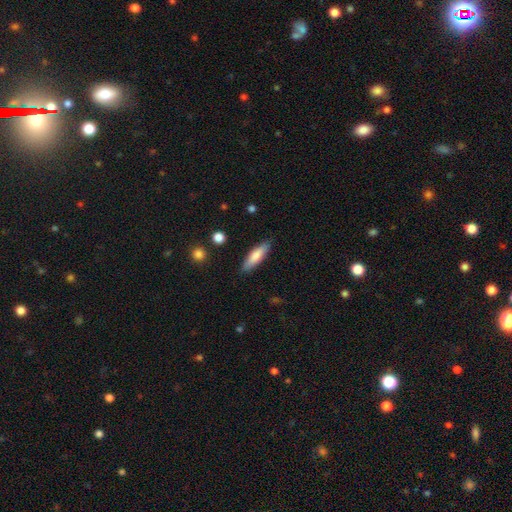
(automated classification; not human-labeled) Smooth or featured: smooth — 77% (featured or disk — 17%)
How rounded: cigar-shaped — 61% (in between — 37%)
Merging: none — 86% (minor disturbance — 10%)